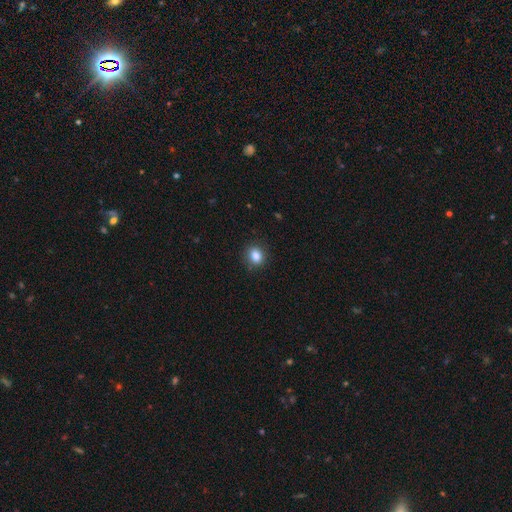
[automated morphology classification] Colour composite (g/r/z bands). It shows a smooth galaxy with no disk features (85%) that is round (58%). Merging: none (87%).